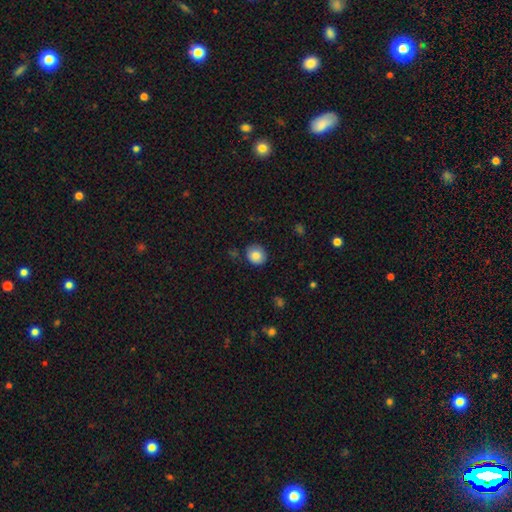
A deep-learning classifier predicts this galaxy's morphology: smooth_or_featured: smooth (p=0.84) [alt: star or artifact p=0.09]
how_rounded: round (p=0.78) [alt: in between p=0.21]
merging: none (p=0.83) [alt: minor disturbance p=0.13]